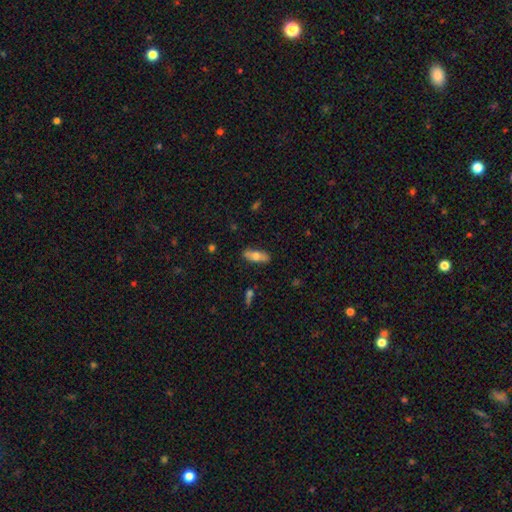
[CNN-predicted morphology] Q: Smooth or featured?
A: smooth (65%); runner-up: featured or disk (28%)
Q: How rounded?
A: in between (64%); runner-up: cigar-shaped (33%)
Q: Merging?
A: none (83%); runner-up: minor disturbance (12%)